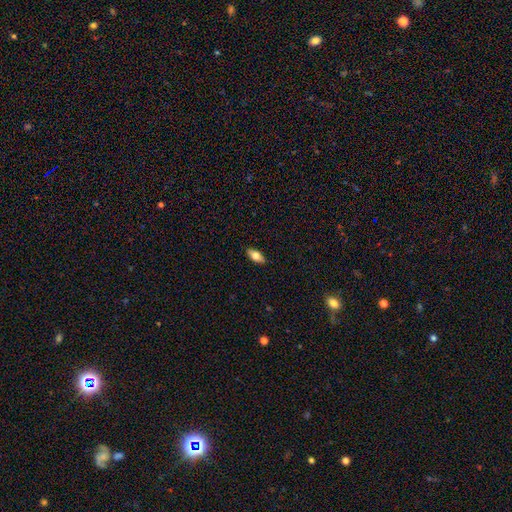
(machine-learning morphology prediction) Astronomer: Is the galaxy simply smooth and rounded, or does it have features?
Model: smooth — 72%.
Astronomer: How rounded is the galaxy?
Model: in between — 87%.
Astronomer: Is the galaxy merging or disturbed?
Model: none — 89%.